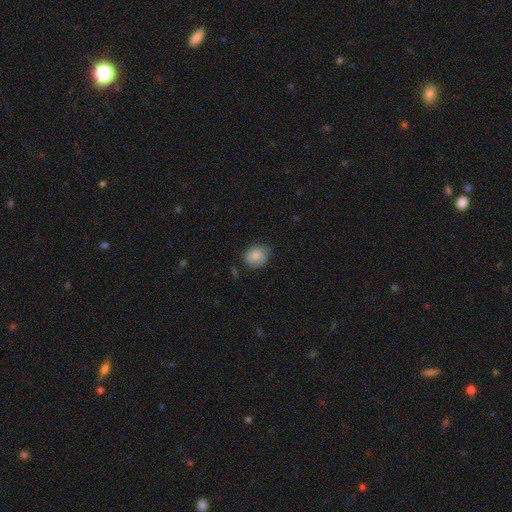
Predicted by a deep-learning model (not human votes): Overall: smooth (83%). How rounded: round (57%; in between 42%). Merging: none (70%).